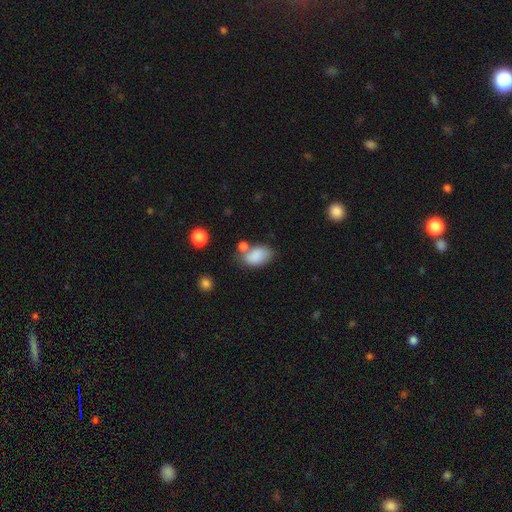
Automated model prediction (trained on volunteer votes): A smooth galaxy with no disk features (83%) that is in between round and cigar-shaped (89%). Merging: none (52%).